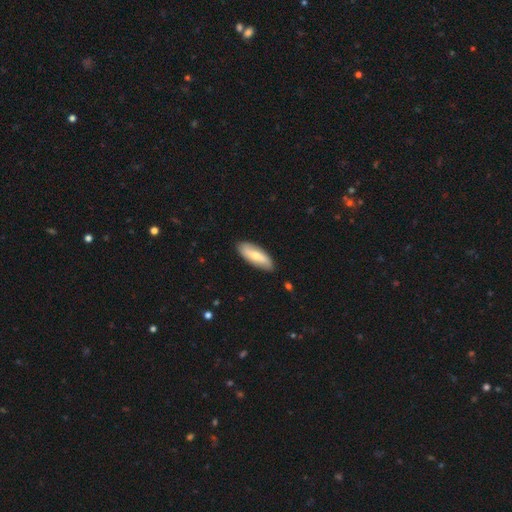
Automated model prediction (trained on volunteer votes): smooth 60%, featured or disk 35%, star or artifact 5%. Down the decision tree: how rounded — in between (71%); merging — none (86%).